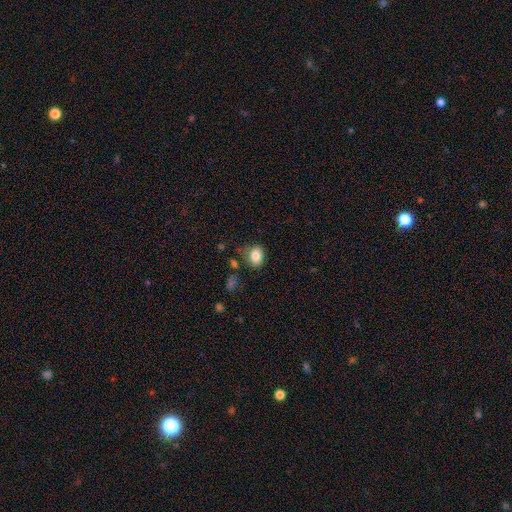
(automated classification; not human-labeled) Smooth or featured? smooth (83%)
How rounded? in between (55%)
Merging? none (67%)